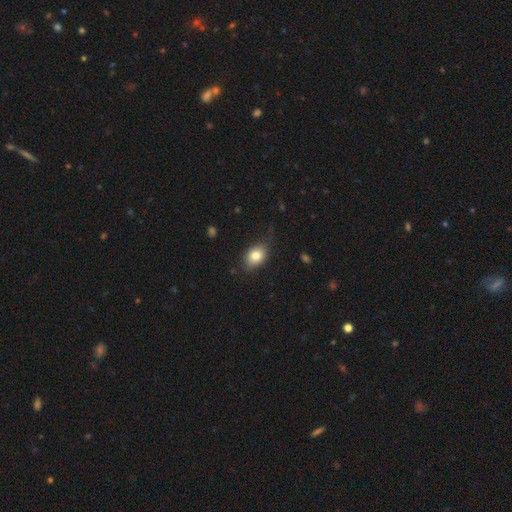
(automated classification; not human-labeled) Smooth or featured? Predicted: smooth (p=0.81). How rounded? Predicted: in between (p=0.76). Merging? Predicted: none (p=0.73).